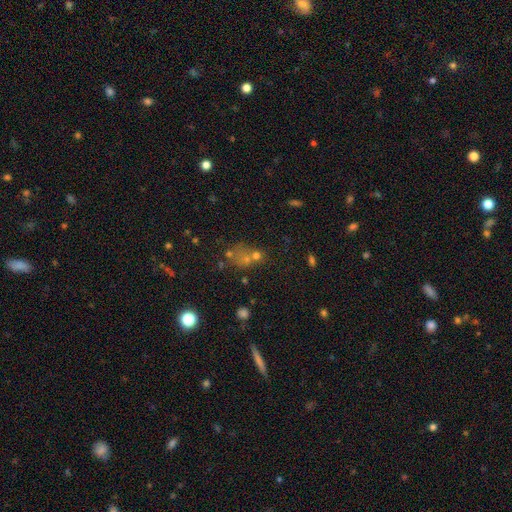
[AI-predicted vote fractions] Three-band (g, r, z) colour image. It shows a star or artifact, not a galaxy (41%).